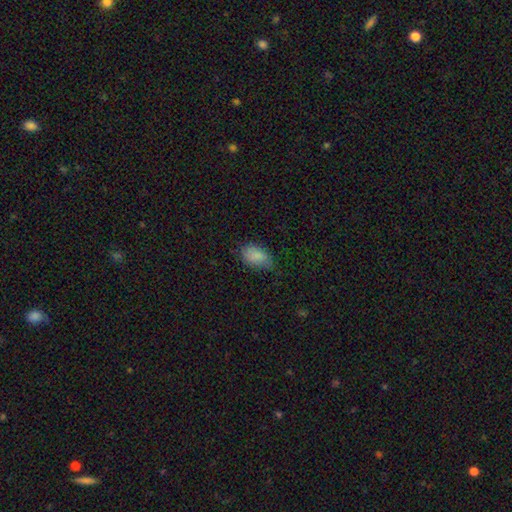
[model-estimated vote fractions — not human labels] Smooth or featured: smooth — 86% (star or artifact — 8%)
How rounded: in between — 92% (round — 6%)
Merging: none — 69% (minor disturbance — 25%)